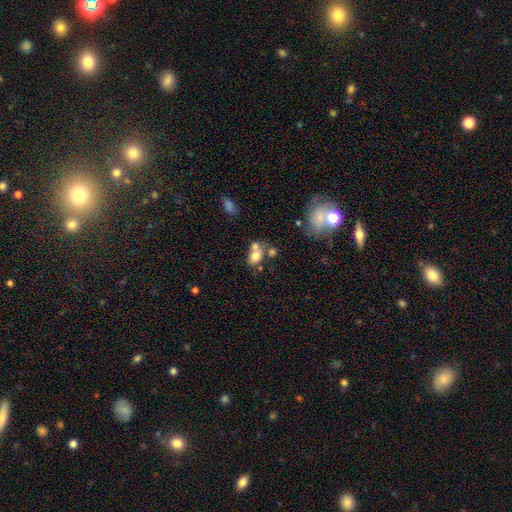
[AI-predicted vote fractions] Overall: smooth (73%). How rounded: in between (61%; round 38%). Merging: merger (47%; none 35%).